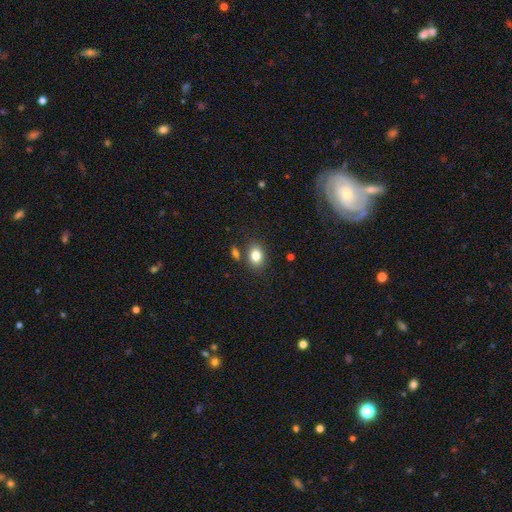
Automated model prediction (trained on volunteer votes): smooth_or_featured: smooth (p=0.82) [alt: star or artifact p=0.10]
how_rounded: in between (p=0.62) [alt: round p=0.37]
merging: none (p=0.77) [alt: minor disturbance p=0.11]